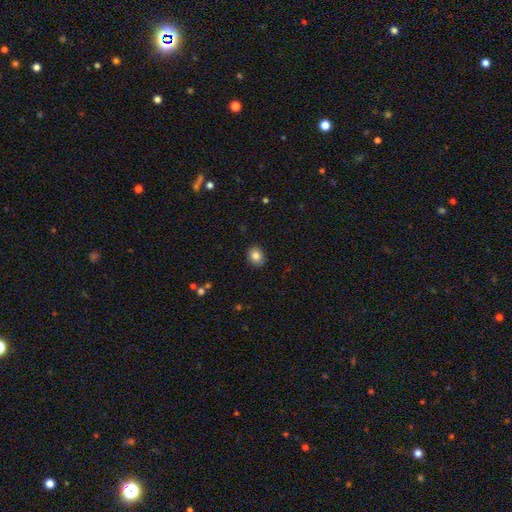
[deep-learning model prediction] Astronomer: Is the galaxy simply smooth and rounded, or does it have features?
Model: smooth — 83%.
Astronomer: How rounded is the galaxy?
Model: in between — 50% (runner-up: round, 49%).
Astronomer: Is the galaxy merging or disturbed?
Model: none — 88%.